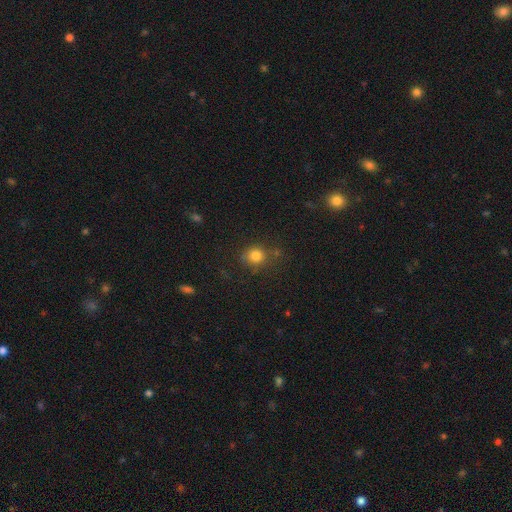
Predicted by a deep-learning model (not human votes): A smooth galaxy with no disk features (80%) that is round (81%).

Vote fractions:
- Smooth or featured? smooth: 80% / star or artifact: 13% / featured or disk: 6%
- How rounded? round: 81% / in between: 18% / cigar-shaped: 1%
- Merging? none: 74% / minor disturbance: 15% / major disturbance: 5% / merger: 5%